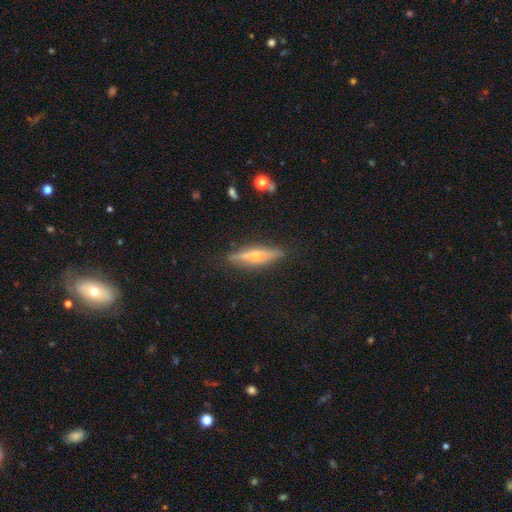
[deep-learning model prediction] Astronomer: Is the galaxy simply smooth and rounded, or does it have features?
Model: featured or disk — 69%.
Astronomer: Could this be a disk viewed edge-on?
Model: yes — 95%.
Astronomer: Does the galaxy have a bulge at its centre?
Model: rounded — 90%.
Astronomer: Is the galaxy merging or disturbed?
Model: none — 87%.